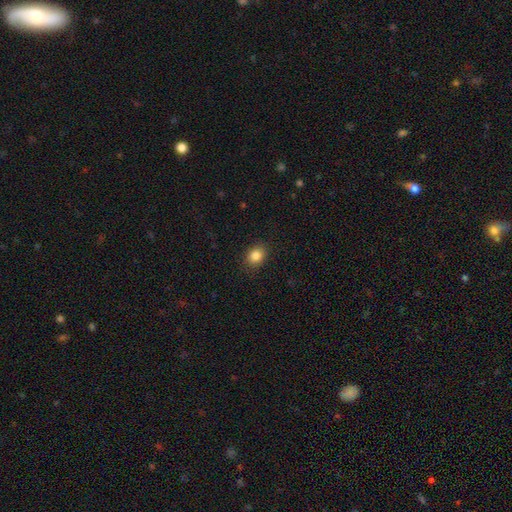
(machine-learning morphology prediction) Q: Smooth or featured?
A: smooth (86%); runner-up: star or artifact (10%)
Q: How rounded?
A: round (53%); runner-up: in between (46%)
Q: Merging?
A: none (88%); runner-up: minor disturbance (9%)